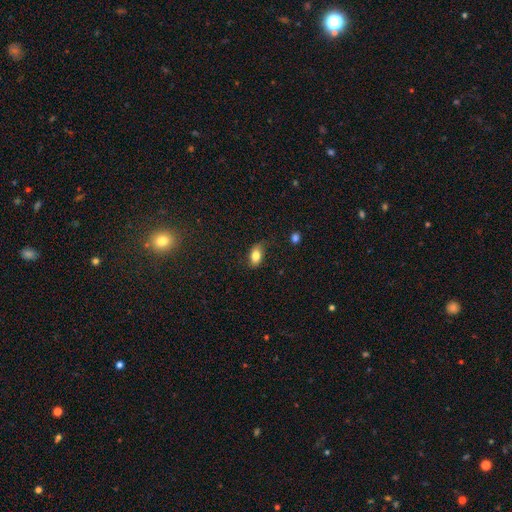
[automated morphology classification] Overall: smooth (81%). How rounded: in between (87%). Merging: none (70%).